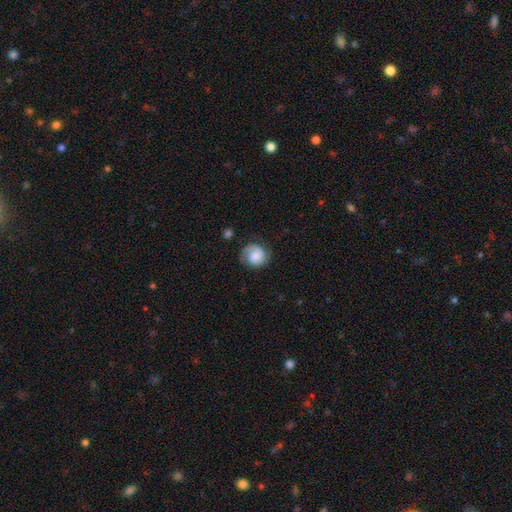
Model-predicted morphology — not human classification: type=featured or disk (51%); edge-on=no (98%); merging=none (71%).